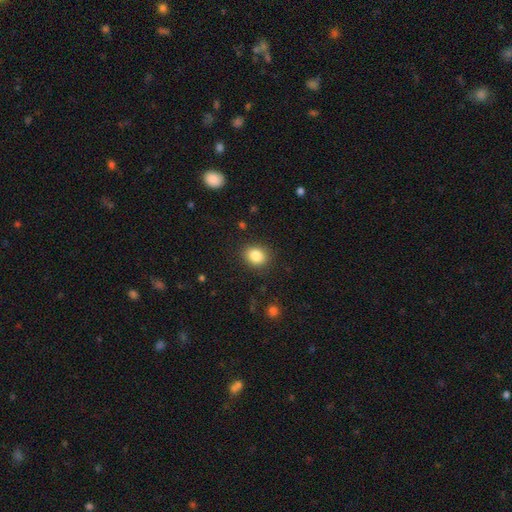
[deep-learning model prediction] Smooth or featured: smooth — 85% (star or artifact — 10%)
How rounded: round — 59% (in between — 40%)
Merging: none — 87% (minor disturbance — 9%)